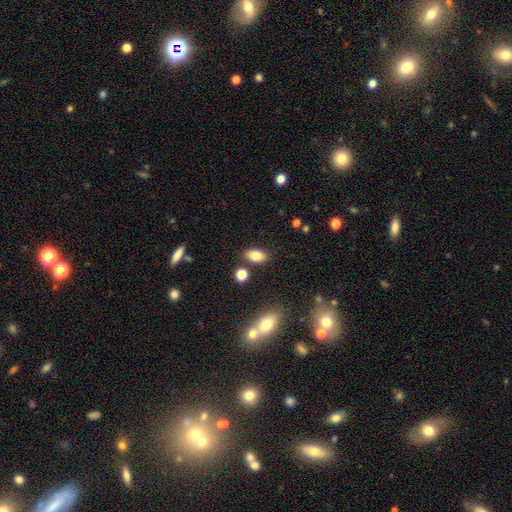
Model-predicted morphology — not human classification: A smooth galaxy with no disk features (81%) that is in between round and cigar-shaped (89%).

Vote fractions:
- Smooth or featured? smooth: 81% / featured or disk: 10% / star or artifact: 9%
- How rounded? in between: 89% / round: 8% / cigar-shaped: 3%
- Merging? none: 82% / minor disturbance: 10% / merger: 5% / major disturbance: 3%